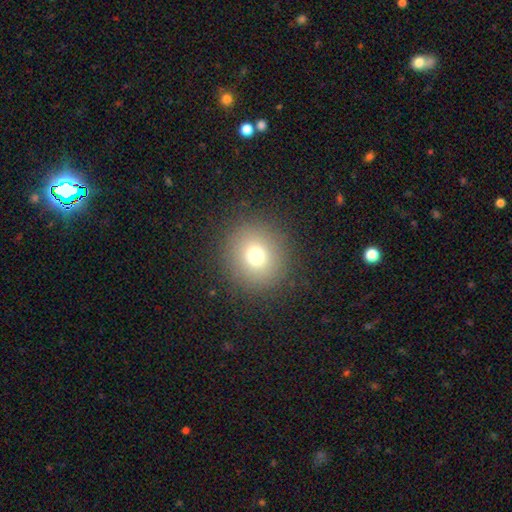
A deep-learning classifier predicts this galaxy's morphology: type=smooth (73%); roundness=round (92%); merging=none (89%).